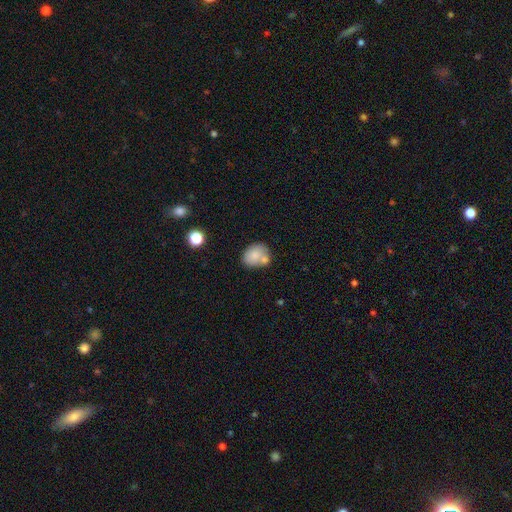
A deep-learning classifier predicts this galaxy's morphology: smooth 80%, featured or disk 12%, star or artifact 8%. Down the decision tree: how rounded — in between (60%); merging — none (54%).